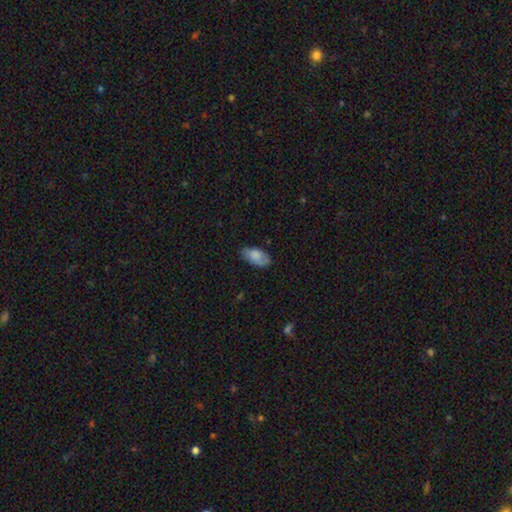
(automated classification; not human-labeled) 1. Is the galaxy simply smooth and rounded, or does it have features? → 80% smooth, 13% featured or disk, 7% star or artifact.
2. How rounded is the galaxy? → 93% in between, 4% cigar-shaped, 3% round.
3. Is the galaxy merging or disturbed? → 73% none, 21% minor disturbance, 5% major disturbance, 1% merger.